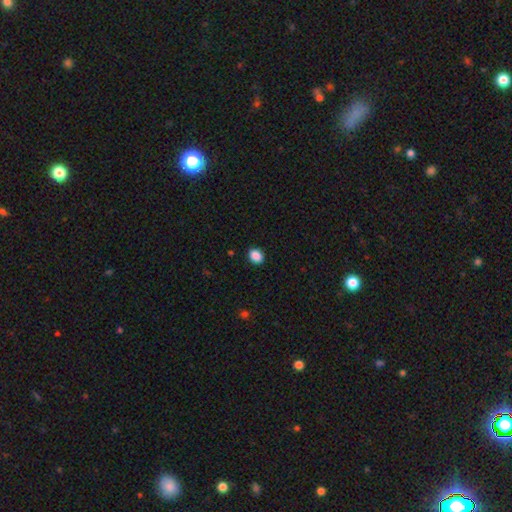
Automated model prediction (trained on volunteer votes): Smooth or featured?
  - smooth: 88% *
  - star or artifact: 9%
  - featured or disk: 3%
How rounded?
  - in between: 50% *
  - round: 49%
  - cigar-shaped: 1%
Merging?
  - none: 90% *
  - minor disturbance: 7%
  - major disturbance: 2%
  - merger: 1%